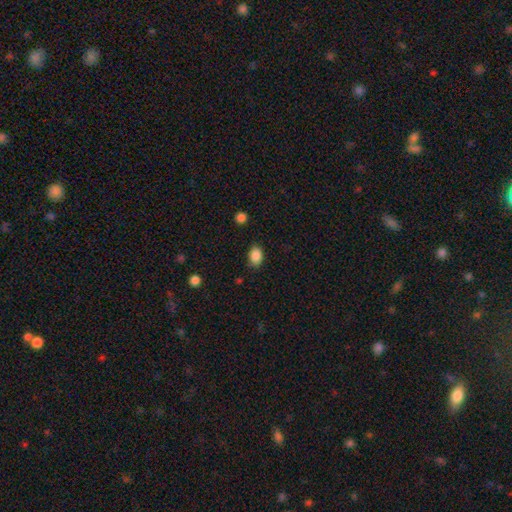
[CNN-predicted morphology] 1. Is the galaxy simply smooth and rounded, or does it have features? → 87% smooth, 9% star or artifact, 4% featured or disk.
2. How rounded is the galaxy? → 75% in between, 24% round, 1% cigar-shaped.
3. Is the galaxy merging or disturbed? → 83% none, 13% minor disturbance, 3% major disturbance, 1% merger.